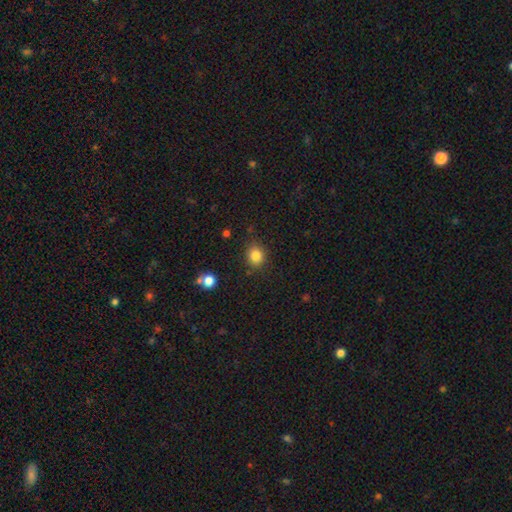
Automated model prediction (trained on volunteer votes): Smooth or featured: smooth — 83% (star or artifact — 11%)
How rounded: round — 74% (in between — 26%)
Merging: none — 82% (minor disturbance — 12%)